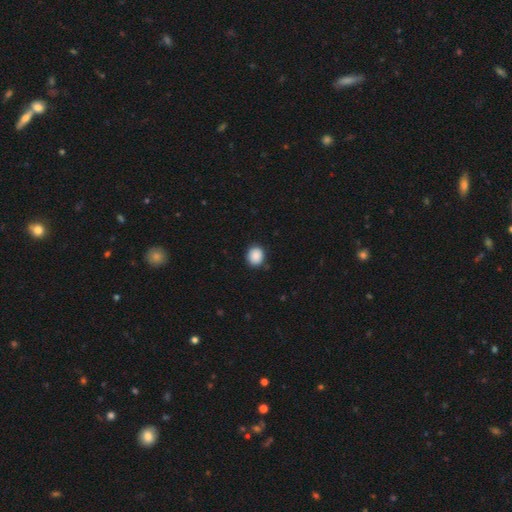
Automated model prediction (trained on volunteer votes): Overall: smooth (89%). How rounded: round (74%). Merging: none (87%).